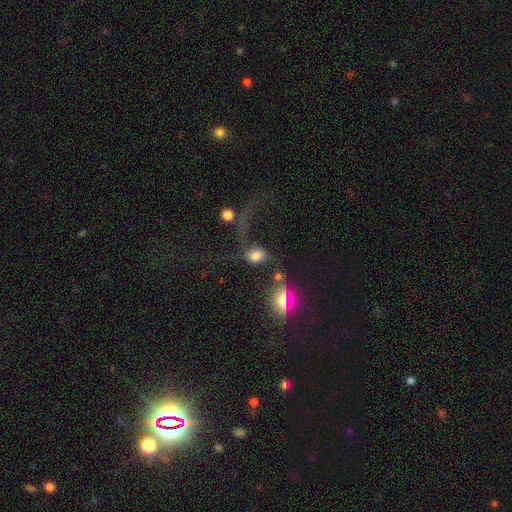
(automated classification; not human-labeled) Smooth or featured?
  - smooth: 61% *
  - featured or disk: 22%
  - star or artifact: 16%
How rounded?
  - in between: 67% *
  - round: 30%
  - cigar-shaped: 3%
Merging?
  - major disturbance: 40% *
  - none: 28%
  - merger: 19%
  - minor disturbance: 14%